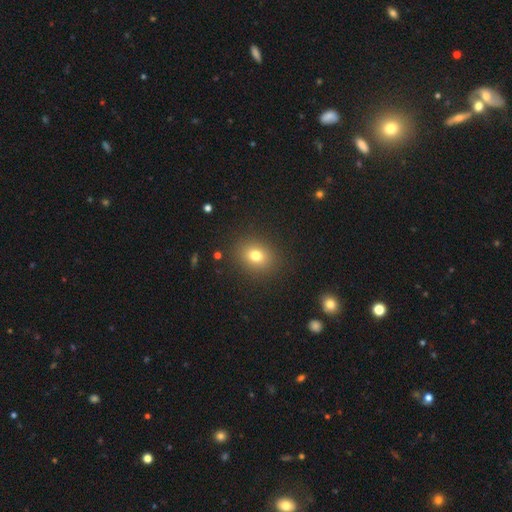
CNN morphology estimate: The model was most divided on "how rounded": round: 59%, in between: 40%, cigar-shaped: 1%. More confident: merging — none (88%); smooth or featured — smooth (76%).